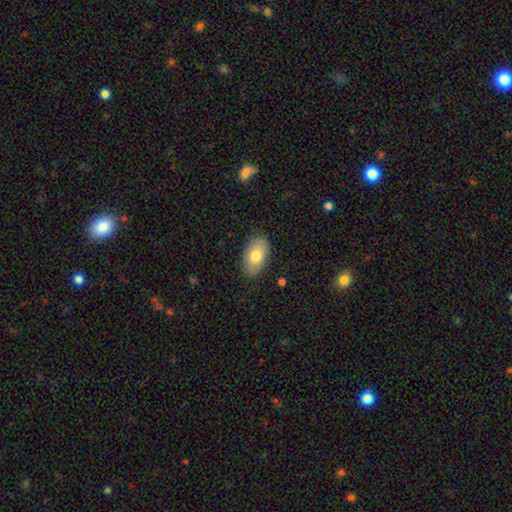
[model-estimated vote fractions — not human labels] This appears to be a smooth galaxy with no disk features (76%) that is in between round and cigar-shaped (93%). Merging: none (85%).